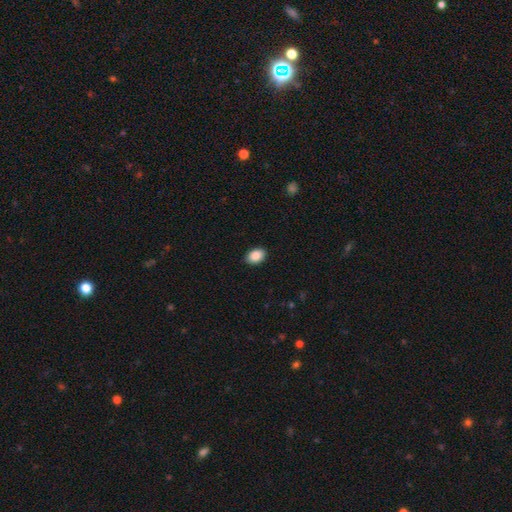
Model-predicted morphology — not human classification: The model was most divided on "how rounded": in between: 81%, round: 18%, cigar-shaped: 1%. More confident: smooth or featured — smooth (89%); merging — none (89%).